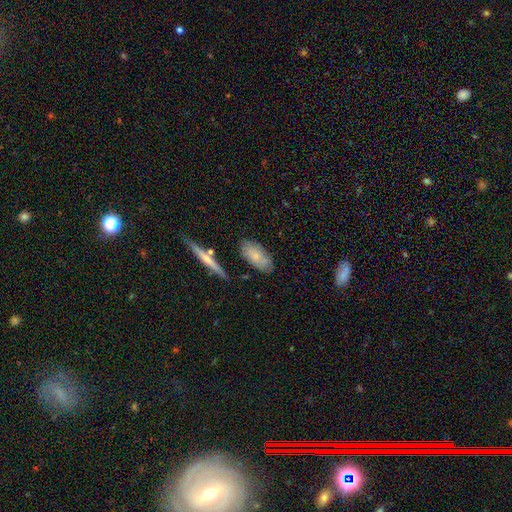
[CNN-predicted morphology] A smooth galaxy with no disk features (67%) that is in between round and cigar-shaped (87%).

Vote fractions:
- Smooth or featured? smooth: 67% / featured or disk: 26% / star or artifact: 7%
- How rounded? in between: 87% / cigar-shaped: 10% / round: 3%
- Merging? none: 73% / minor disturbance: 19% / major disturbance: 4% / merger: 4%